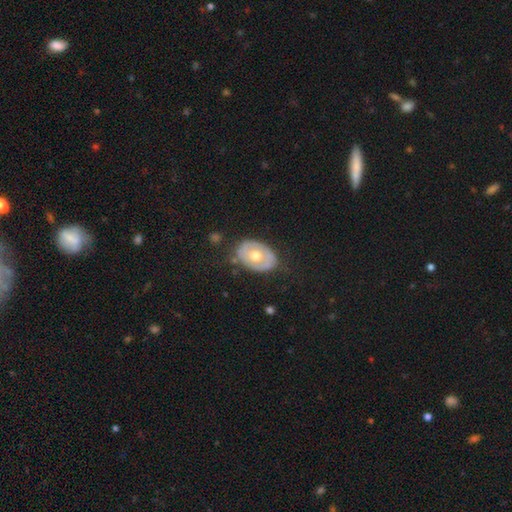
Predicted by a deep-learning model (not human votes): featured or disk 50%, smooth 44%, star or artifact 6%. Down the decision tree: edge-on disk — no (93%); merging — none (72%).